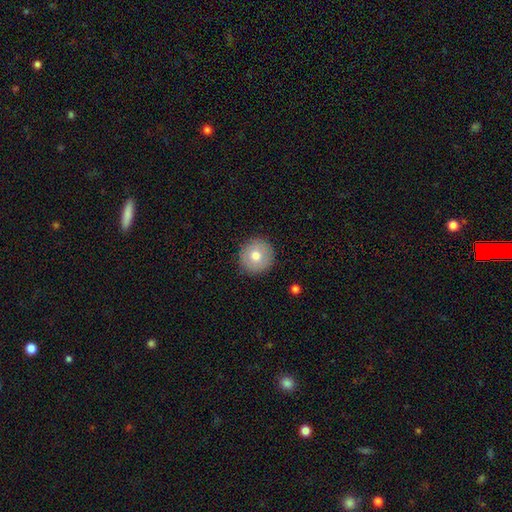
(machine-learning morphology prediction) This appears to be a smooth galaxy with no disk features (73%) that is round (95%). Merging: none (89%).